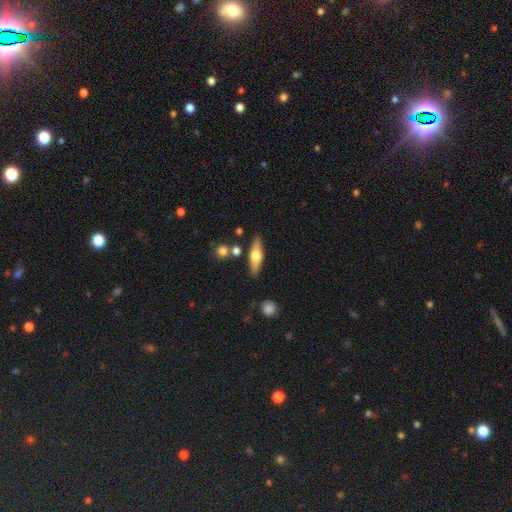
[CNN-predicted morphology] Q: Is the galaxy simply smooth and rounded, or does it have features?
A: featured or disk — 47%, tied with smooth.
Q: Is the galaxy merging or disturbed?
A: none — 82%.